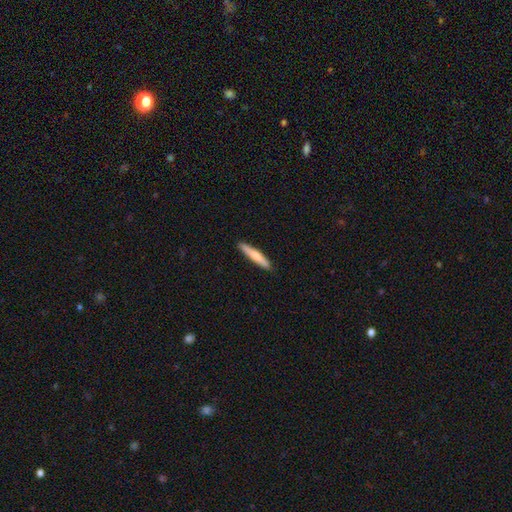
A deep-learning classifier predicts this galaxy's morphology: Smooth or featured? smooth (72%)
How rounded? cigar-shaped (92%)
Merging? none (90%)